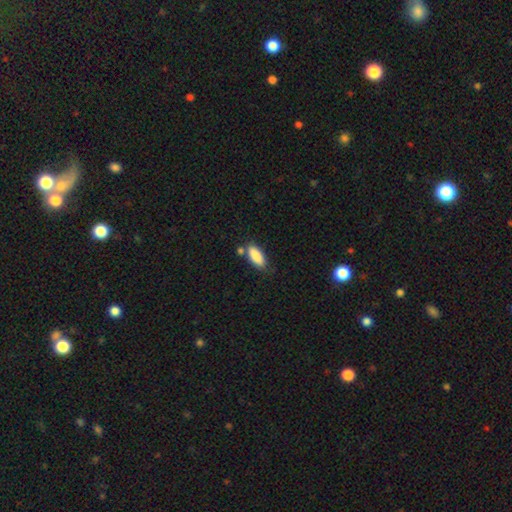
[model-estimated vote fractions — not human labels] Smooth or featured: smooth — 87% (star or artifact — 7%)
How rounded: in between — 80% (cigar-shaped — 18%)
Merging: none — 68% (minor disturbance — 18%)